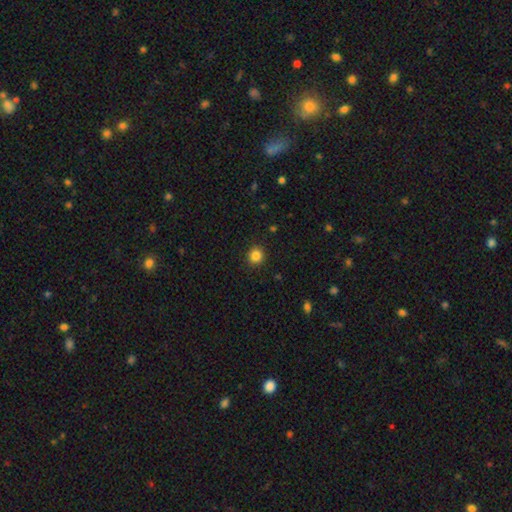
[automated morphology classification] smooth_or_featured: smooth (p=0.85) [alt: star or artifact p=0.11]
how_rounded: round (p=0.92) [alt: in between p=0.07]
merging: none (p=0.91) [alt: minor disturbance p=0.06]